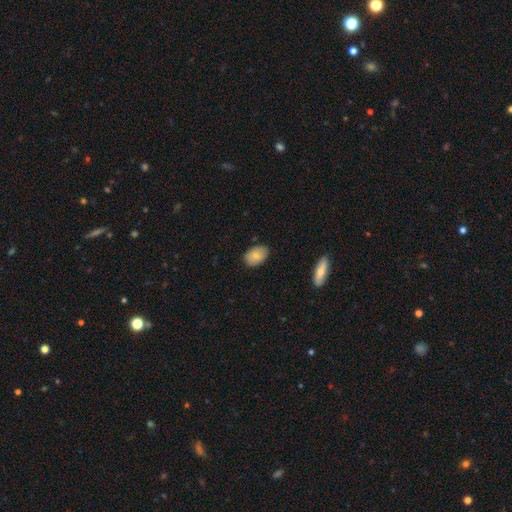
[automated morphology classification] Smooth or featured: smooth — 79% (featured or disk — 14%)
How rounded: in between — 89% (round — 10%)
Merging: none — 83% (minor disturbance — 13%)